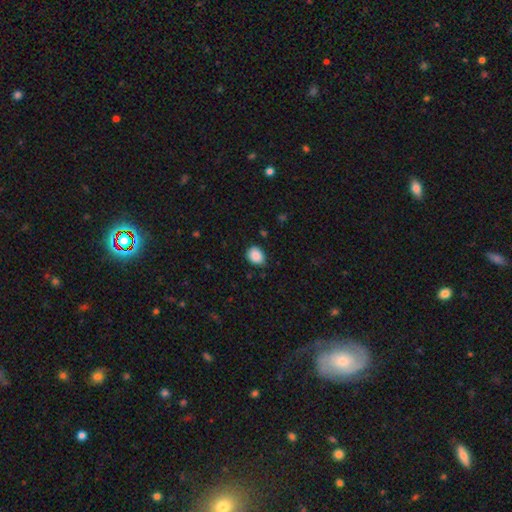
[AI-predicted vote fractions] smooth-or-featured: smooth: 88% | star or artifact: 8% | featured or disk: 3%
  how-rounded: in between: 56% | round: 43% | cigar-shaped: 1%
  merging: none: 80% | minor disturbance: 16% | major disturbance: 3% | merger: 1%